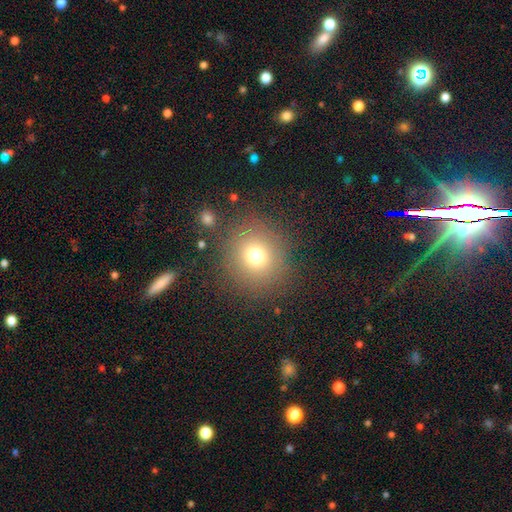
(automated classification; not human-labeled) Overall: smooth (72%). How rounded: round (91%). Merging: none (85%).